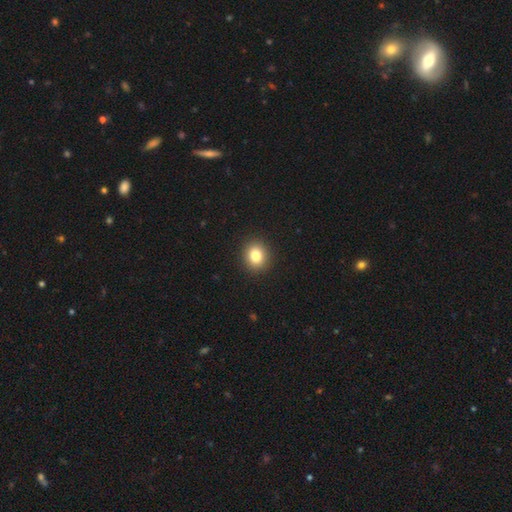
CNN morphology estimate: smooth 82%, star or artifact 11%, featured or disk 7%. Down the decision tree: how rounded — round (79%); merging — none (92%).